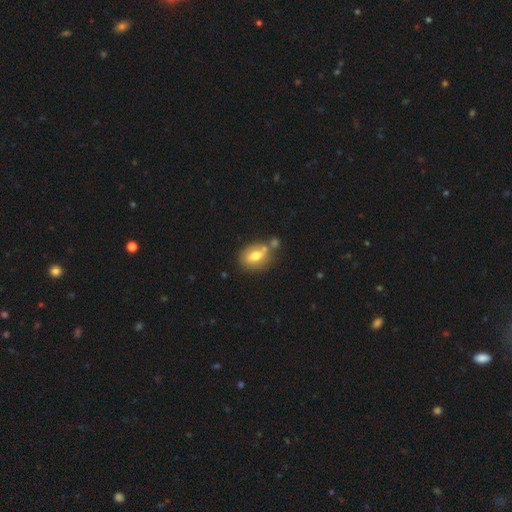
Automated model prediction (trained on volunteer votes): smooth-or-featured: smooth: 69% | featured or disk: 22% | star or artifact: 9%
  how-rounded: in between: 65% | round: 33% | cigar-shaped: 2%
  merging: none: 57% | merger: 23% | minor disturbance: 16% | major disturbance: 4%